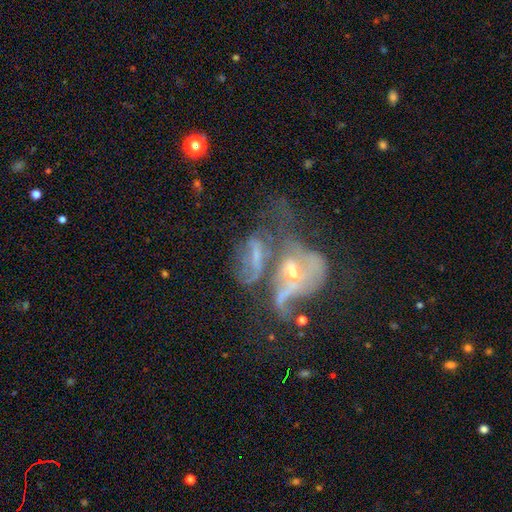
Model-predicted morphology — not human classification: Overall: featured or disk (66%). Edge-on disk: no (93%). Bar: no (56%; weak 29%). Spiral arms: yes (63%; no 37%). Bulge size: small (47%; moderate 39%). Merging: merger (65%).